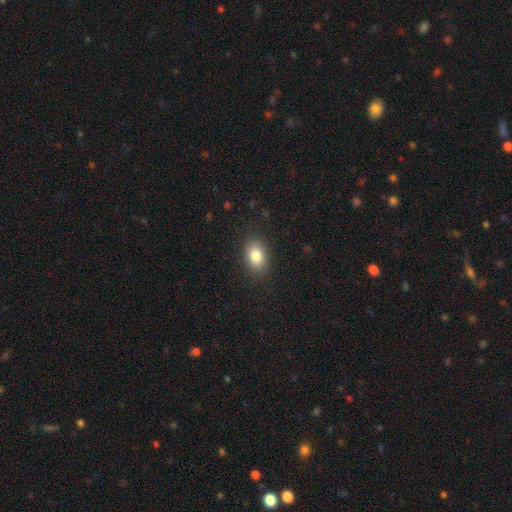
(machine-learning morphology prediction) The model was most divided on "how rounded": in between: 83%, round: 15%, cigar-shaped: 2%. More confident: merging — none (87%); smooth or featured — smooth (82%).